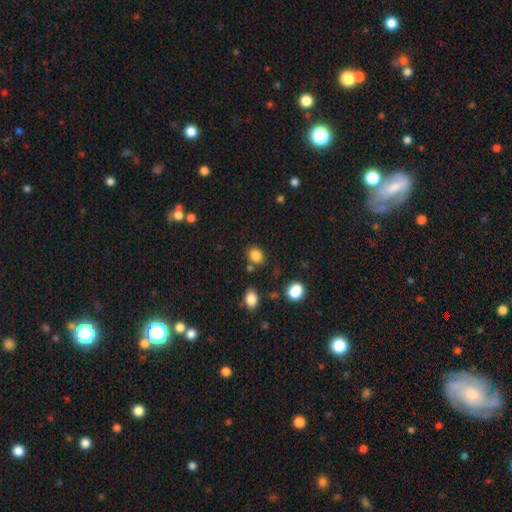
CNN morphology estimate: type=smooth (84%); roundness=round (54%); merging=none (75%).